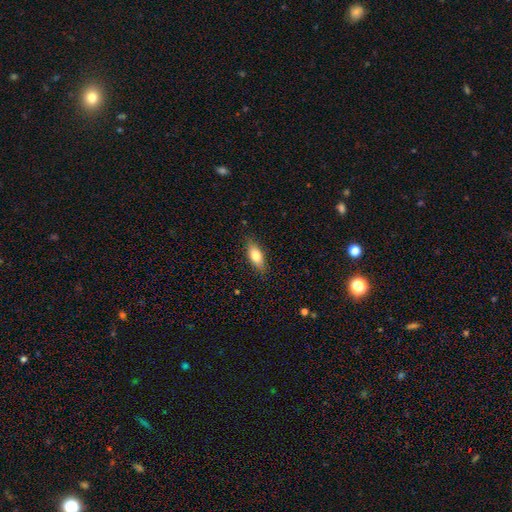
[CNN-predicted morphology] This appears to be a smooth galaxy with no disk features (78%) that is in between round and cigar-shaped (79%). Merging: none (84%).